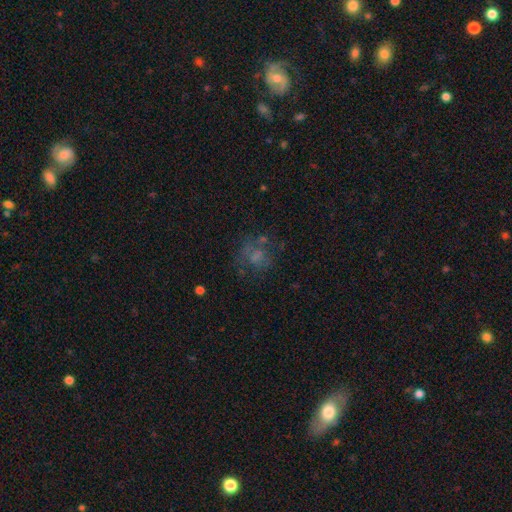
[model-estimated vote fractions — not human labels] Overall: smooth (44%; featured or disk 36%). Merging: none (55%; major disturbance 21%).